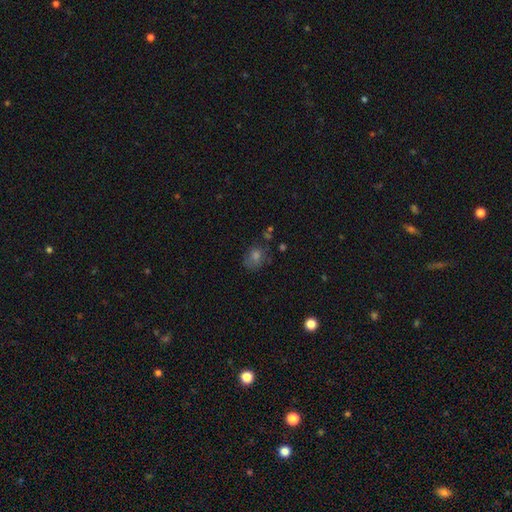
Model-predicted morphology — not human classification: Smooth or featured: smooth — 61% (star or artifact — 23%)
How rounded: round — 54% (in between — 44%)
Merging: none — 63% (minor disturbance — 22%)